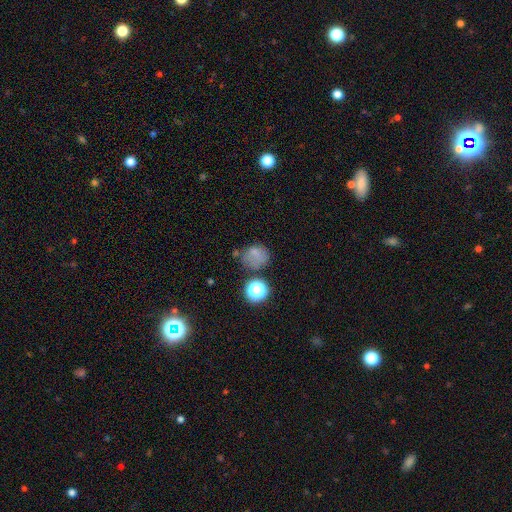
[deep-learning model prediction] A smooth galaxy with no disk features (64%) that is round (64%). Merging: none (54%).